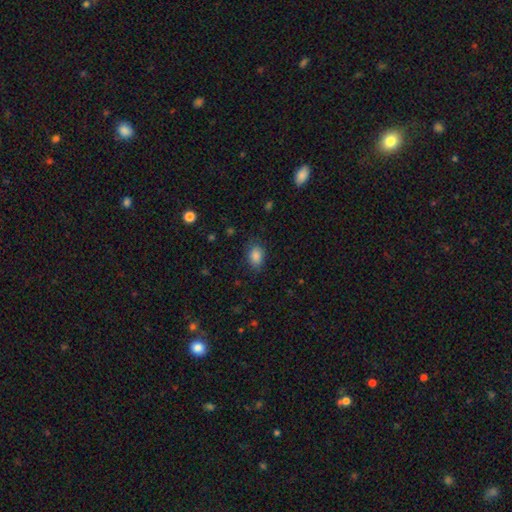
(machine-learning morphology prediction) Q: Smooth or featured?
A: smooth (86%); runner-up: star or artifact (9%)
Q: How rounded?
A: in between (81%); runner-up: round (17%)
Q: Merging?
A: none (77%); runner-up: minor disturbance (17%)